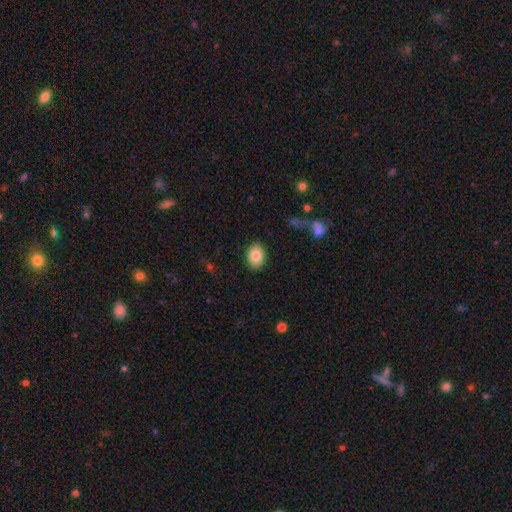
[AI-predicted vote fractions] Smooth or featured? smooth (84%)
How rounded? in between (70%)
Merging? none (88%)